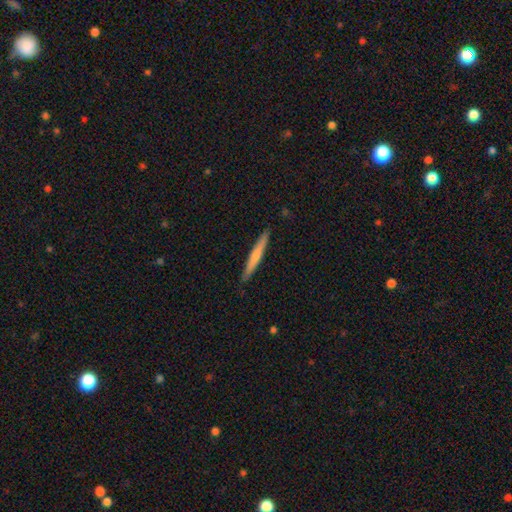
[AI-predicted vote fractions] Smooth or featured? smooth (54%)
How rounded? cigar-shaped (96%)
Merging? none (91%)